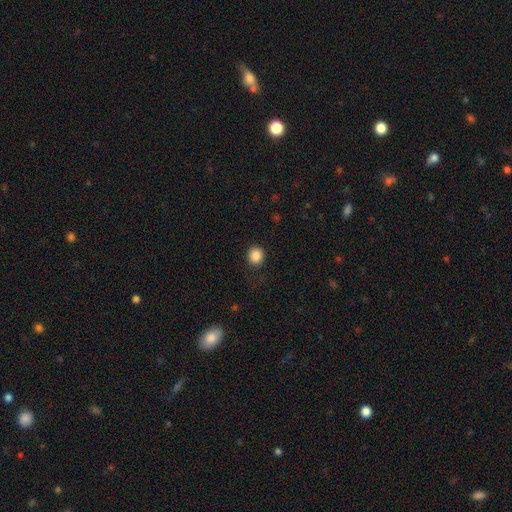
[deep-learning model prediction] The model was most divided on "how rounded": round: 86%, in between: 13%, cigar-shaped: 1%. More confident: merging — none (87%); smooth or featured — smooth (86%).